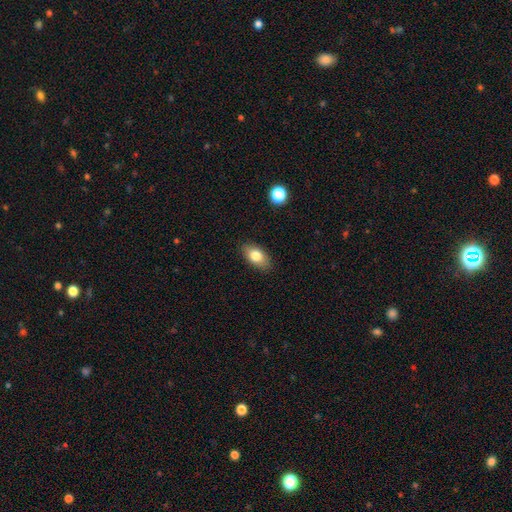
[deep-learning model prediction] The model was most divided on "smooth or featured": smooth: 79%, featured or disk: 13%, star or artifact: 8%. More confident: how rounded — in between (89%); merging — none (86%).